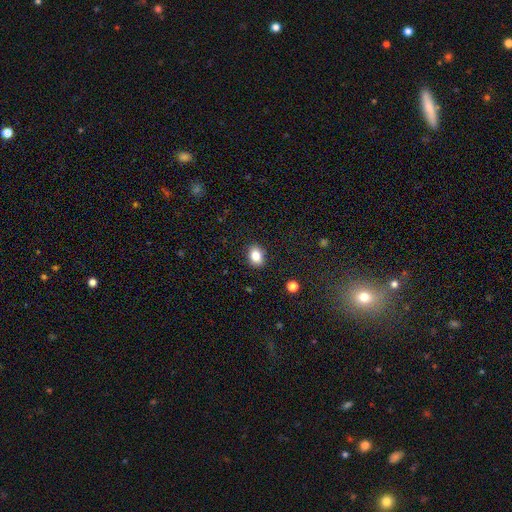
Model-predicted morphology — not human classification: This is clearly a smooth galaxy (83%). How rounded: likely in between (68%). Merging: clearly none (89%).